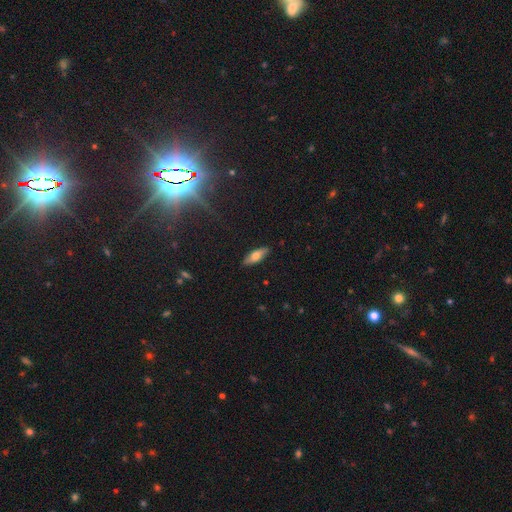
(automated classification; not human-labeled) A smooth galaxy with no disk features (66%) that is in between round and cigar-shaped (61%). Merging: none (88%).